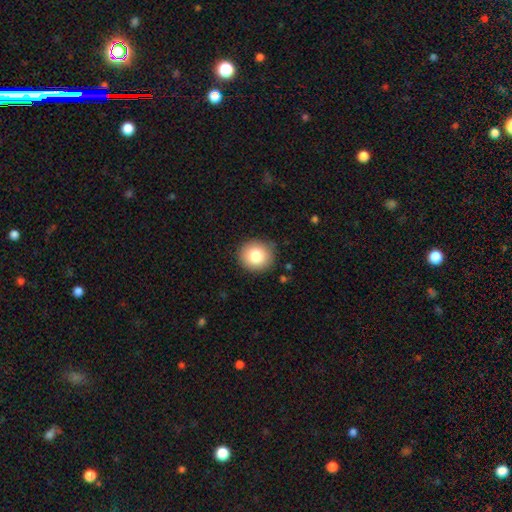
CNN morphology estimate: A smooth galaxy with no disk features (81%) that is round (90%).

Vote fractions:
- Smooth or featured? smooth: 81% / star or artifact: 10% / featured or disk: 9%
- How rounded? round: 90% / in between: 10% / cigar-shaped: 1%
- Merging? none: 88% / minor disturbance: 9% / major disturbance: 2% / merger: 1%